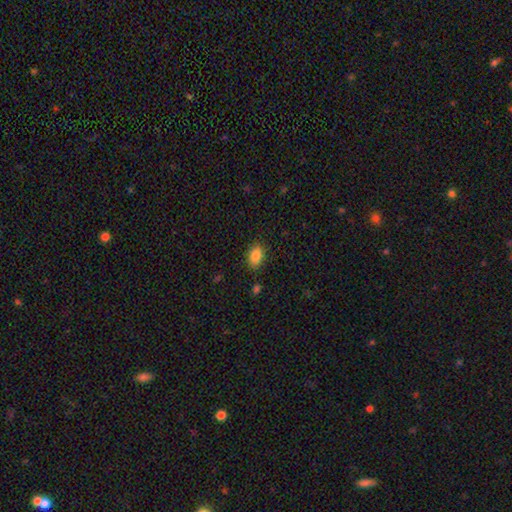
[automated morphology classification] smooth_or_featured: smooth (p=0.86) [alt: star or artifact p=0.09]
how_rounded: in between (p=0.84) [alt: round p=0.15]
merging: none (p=0.86) [alt: minor disturbance p=0.10]